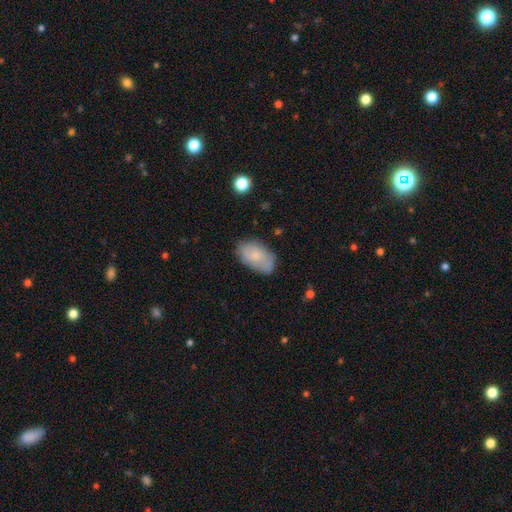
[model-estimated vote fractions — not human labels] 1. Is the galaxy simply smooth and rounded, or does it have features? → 66% smooth, 27% featured or disk, 7% star or artifact.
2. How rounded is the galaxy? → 93% in between, 5% round, 2% cigar-shaped.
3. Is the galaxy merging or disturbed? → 66% none, 25% minor disturbance, 6% major disturbance, 3% merger.